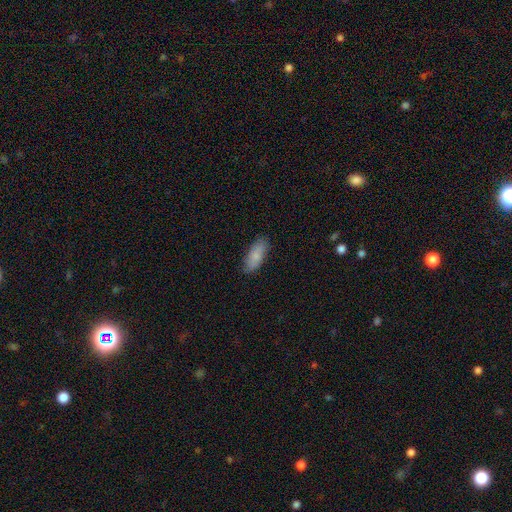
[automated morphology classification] Smooth or featured?
  - smooth: 83% *
  - featured or disk: 12%
  - star or artifact: 6%
How rounded?
  - in between: 80% *
  - cigar-shaped: 18%
  - round: 2%
Merging?
  - none: 82% *
  - minor disturbance: 15%
  - major disturbance: 3%
  - merger: 1%